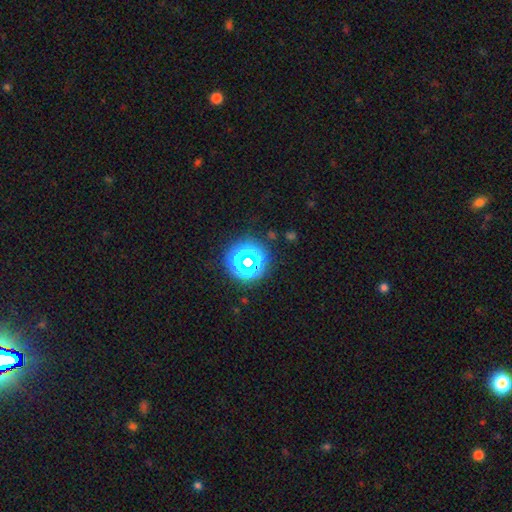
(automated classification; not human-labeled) The model was most divided on "smooth or featured": star or artifact: 67%, smooth: 22%, featured or disk: 11%.